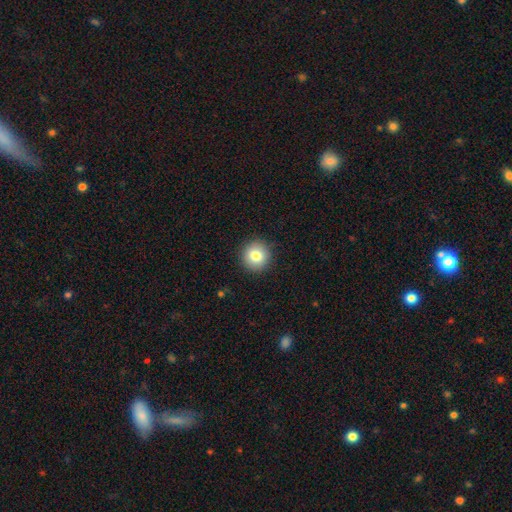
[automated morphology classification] smooth-or-featured: smooth: 81% | star or artifact: 10% | featured or disk: 9%
  how-rounded: round: 94% | in between: 5% | cigar-shaped: 1%
  merging: none: 91% | minor disturbance: 6% | major disturbance: 2% | merger: 1%